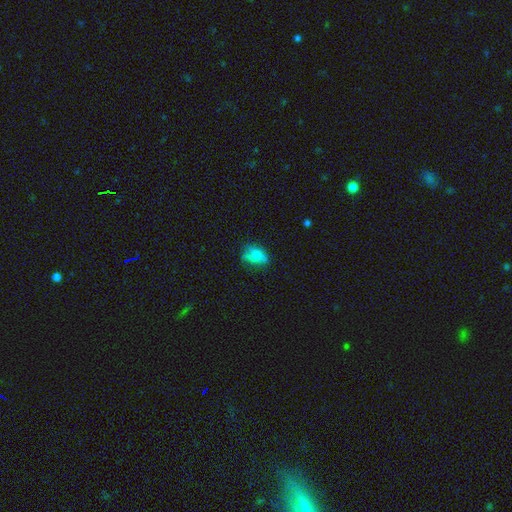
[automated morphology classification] Smooth or featured? smooth (59%)
How rounded? in between (79%)
Merging? none (46%)